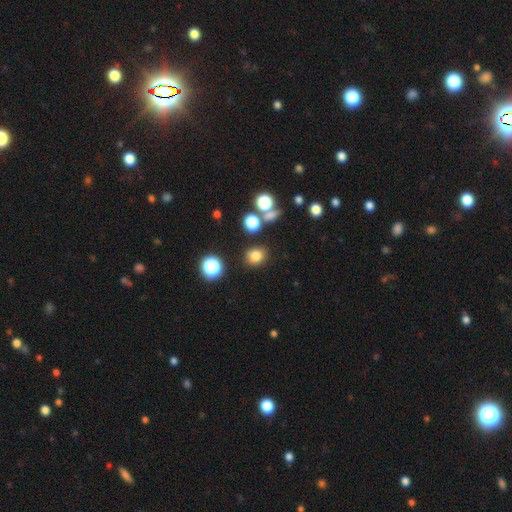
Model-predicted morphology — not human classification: This is likely a smooth galaxy (78%). How rounded: likely round (71%). Merging: clearly none (83%).